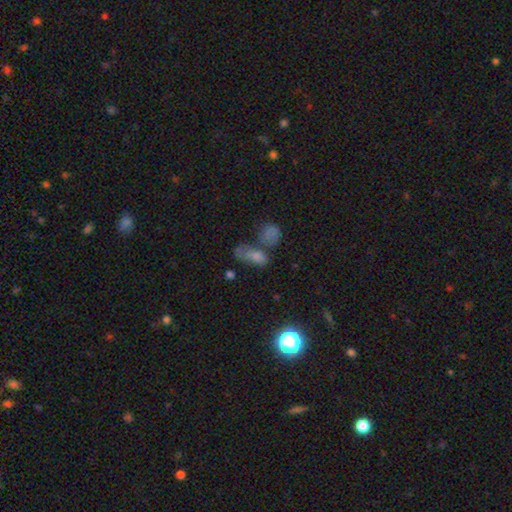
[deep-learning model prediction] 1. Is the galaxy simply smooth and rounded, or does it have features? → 52% smooth, 28% star or artifact, 19% featured or disk.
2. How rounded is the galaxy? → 70% in between, 21% round, 10% cigar-shaped.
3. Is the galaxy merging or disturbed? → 37% merger, 36% none, 14% minor disturbance, 13% major disturbance.